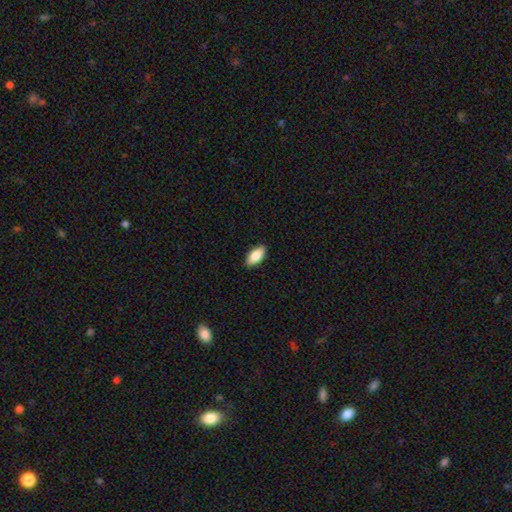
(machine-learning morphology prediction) Smooth or featured?
  - smooth: 82% *
  - featured or disk: 11%
  - star or artifact: 6%
How rounded?
  - in between: 87% *
  - cigar-shaped: 10%
  - round: 2%
Merging?
  - none: 89% *
  - minor disturbance: 8%
  - major disturbance: 2%
  - merger: 1%